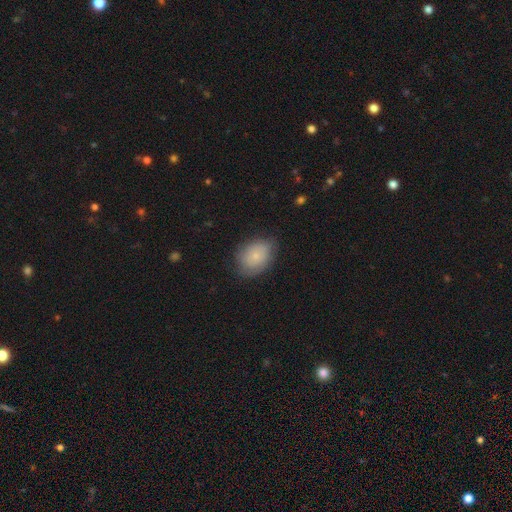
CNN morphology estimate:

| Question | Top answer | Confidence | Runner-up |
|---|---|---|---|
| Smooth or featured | smooth | 75% | featured or disk (17%) |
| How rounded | in between | 69% | round (30%) |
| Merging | none | 72% | minor disturbance (22%) |